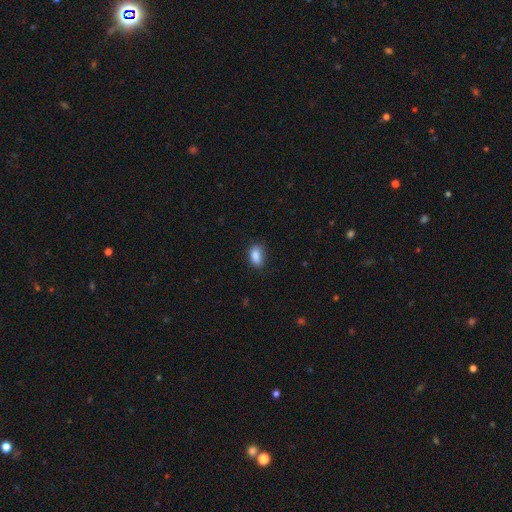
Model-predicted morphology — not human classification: A smooth galaxy with no disk features (87%) that is in between round and cigar-shaped (89%).

Vote fractions:
- Smooth or featured? smooth: 87% / star or artifact: 8% / featured or disk: 4%
- How rounded? in between: 89% / round: 9% / cigar-shaped: 2%
- Merging? none: 77% / minor disturbance: 18% / major disturbance: 3% / merger: 1%